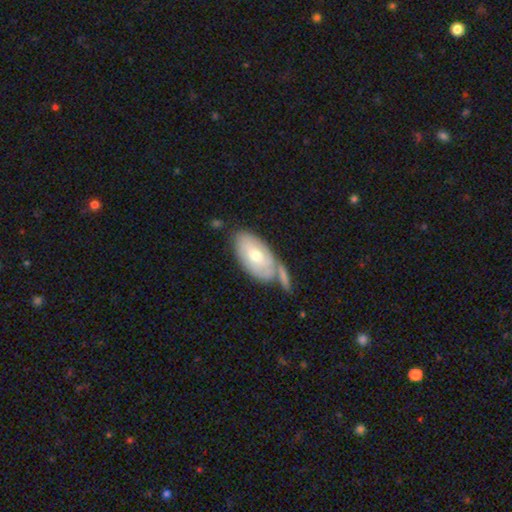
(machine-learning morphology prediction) smooth_or_featured: smooth (p=0.56) [alt: featured or disk p=0.39]
how_rounded: in between (p=0.93) [alt: cigar-shaped p=0.04]
merging: none (p=0.49) [alt: merger p=0.26]